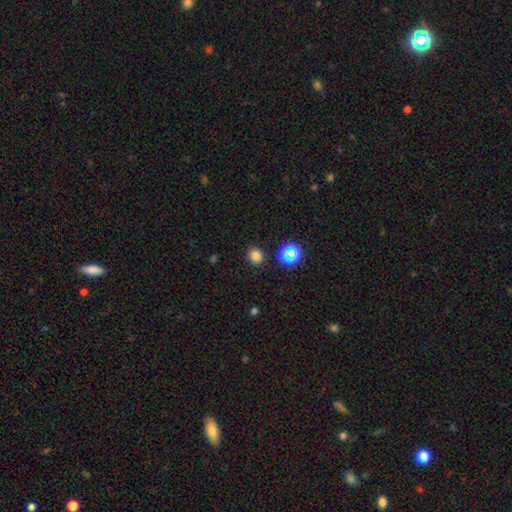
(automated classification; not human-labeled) A smooth galaxy with no disk features (77%) that is round (78%).

Vote fractions:
- Smooth or featured? smooth: 77% / star or artifact: 18% / featured or disk: 5%
- How rounded? round: 78% / in between: 21% / cigar-shaped: 1%
- Merging? none: 88% / minor disturbance: 8% / major disturbance: 3% / merger: 2%